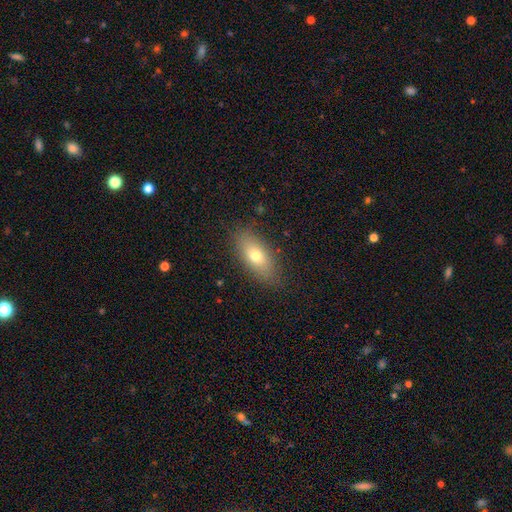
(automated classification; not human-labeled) smooth-or-featured: smooth: 69% | featured or disk: 22% | star or artifact: 10%
  how-rounded: in between: 80% | cigar-shaped: 13% | round: 7%
  merging: none: 82% | minor disturbance: 13% | major disturbance: 4% | merger: 1%